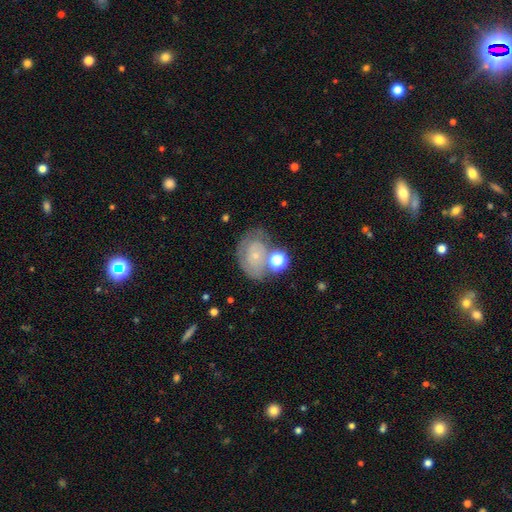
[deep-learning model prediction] Overall: featured or disk (56%; smooth 33%). Edge-on disk: no (96%). Bar: no (82%). Spiral arms: yes (68%; no 32%). Bulge size: small (74%). Merging: none (53%; minor disturbance 21%).